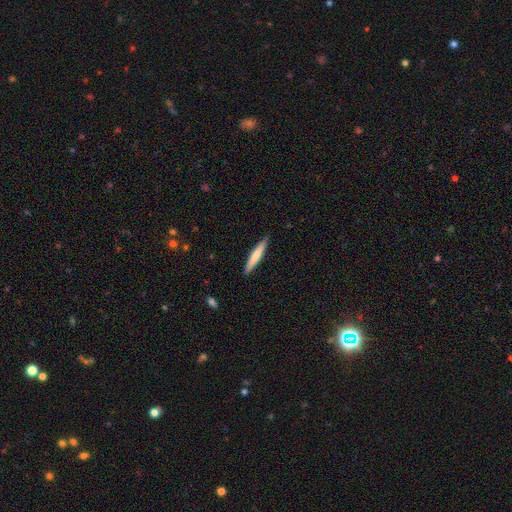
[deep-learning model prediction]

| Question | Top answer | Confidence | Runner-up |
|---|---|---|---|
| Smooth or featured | smooth | 69% | featured or disk (26%) |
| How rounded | cigar-shaped | 93% | in between (6%) |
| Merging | none | 89% | minor disturbance (8%) |